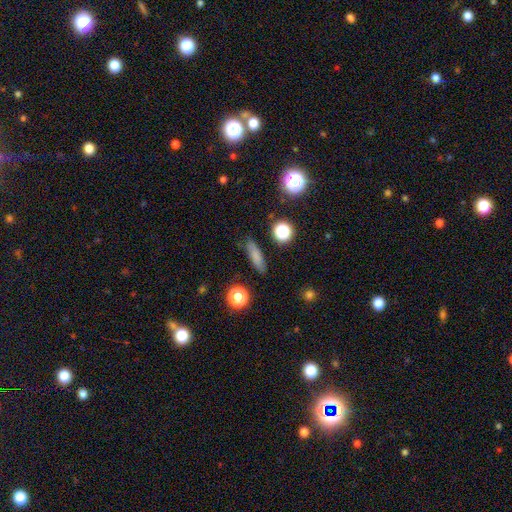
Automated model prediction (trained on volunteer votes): Smooth or featured? smooth (77%)
How rounded? cigar-shaped (63%)
Merging? none (85%)